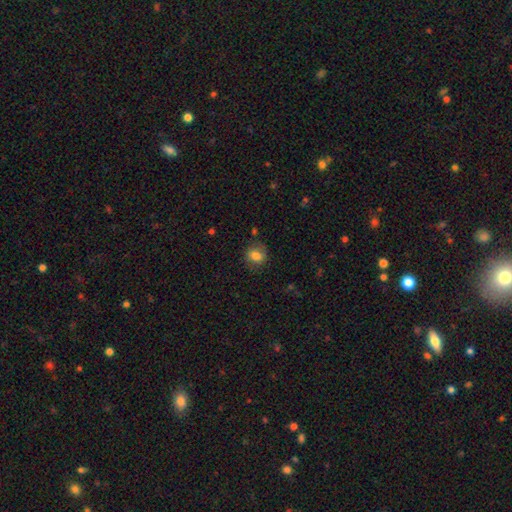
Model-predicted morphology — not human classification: smooth 79%, featured or disk 11%, star or artifact 10%. Down the decision tree: how rounded — round (60%); merging — none (76%).